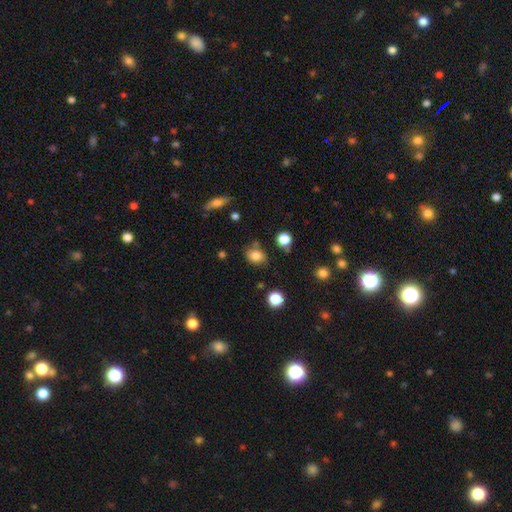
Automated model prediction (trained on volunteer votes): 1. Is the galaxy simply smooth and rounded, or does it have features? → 81% smooth, 11% star or artifact, 8% featured or disk.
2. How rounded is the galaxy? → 51% in between, 48% round, 1% cigar-shaped.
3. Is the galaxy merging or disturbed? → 73% none, 16% minor disturbance, 7% merger, 4% major disturbance.